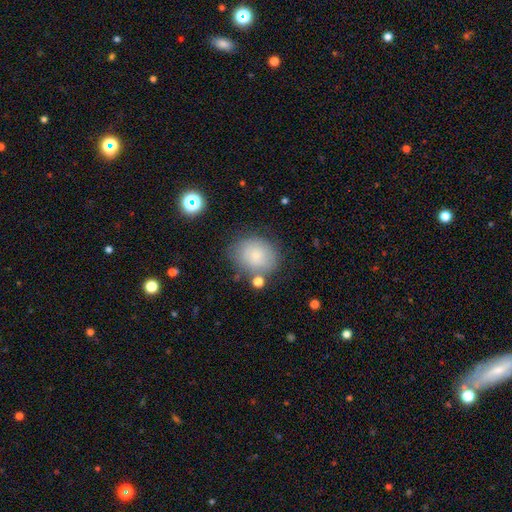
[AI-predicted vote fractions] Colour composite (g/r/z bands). It shows a smooth galaxy with no disk features (80%) that is round (61%). Merging: none (71%).